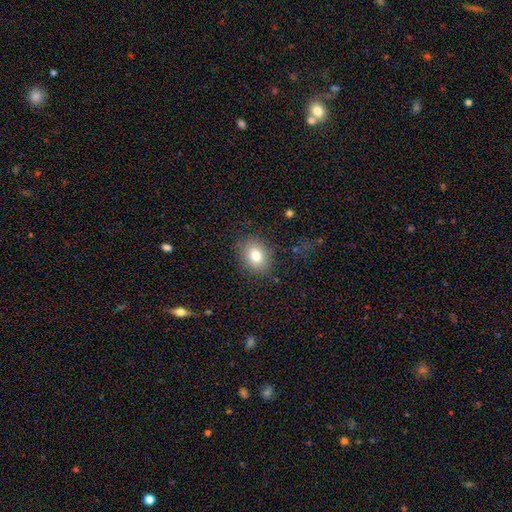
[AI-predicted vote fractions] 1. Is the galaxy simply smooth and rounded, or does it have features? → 79% smooth, 11% star or artifact, 11% featured or disk.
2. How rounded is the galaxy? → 51% in between, 48% round, 1% cigar-shaped.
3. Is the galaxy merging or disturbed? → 82% none, 12% minor disturbance, 5% major disturbance, 1% merger.